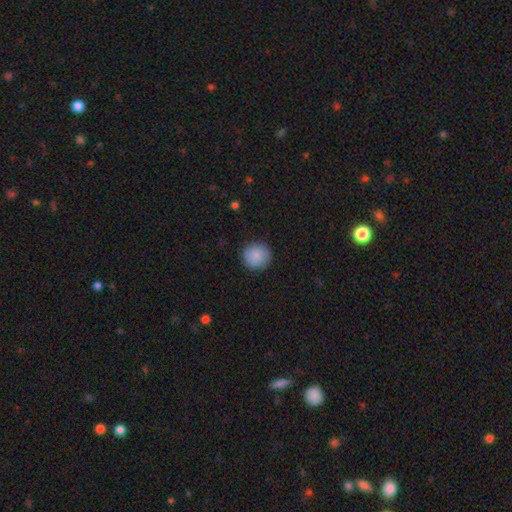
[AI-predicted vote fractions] This appears to be a smooth galaxy with no disk features (88%) that is round (93%). Merging: none (89%).